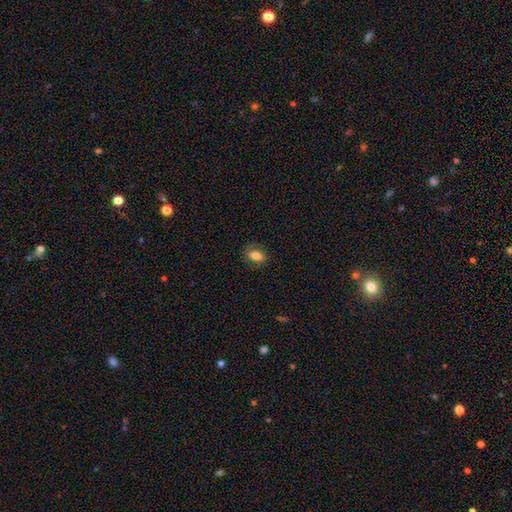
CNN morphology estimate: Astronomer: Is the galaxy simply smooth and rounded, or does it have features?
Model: smooth — 74%.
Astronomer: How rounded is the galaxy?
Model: in between — 78%.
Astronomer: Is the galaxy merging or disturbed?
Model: none — 77%.